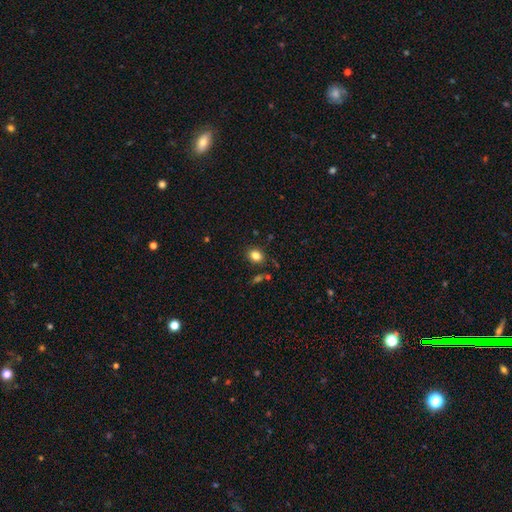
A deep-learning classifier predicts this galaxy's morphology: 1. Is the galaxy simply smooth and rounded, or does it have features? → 83% smooth, 11% star or artifact, 6% featured or disk.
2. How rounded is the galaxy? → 51% in between, 48% round, 1% cigar-shaped.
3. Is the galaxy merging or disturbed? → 84% none, 10% minor disturbance, 3% merger, 3% major disturbance.